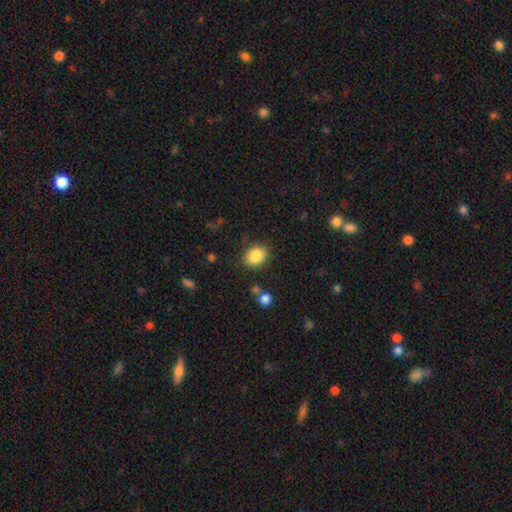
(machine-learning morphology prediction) A smooth galaxy with no disk features (86%) that is in between round and cigar-shaped (55%).

Vote fractions:
- Smooth or featured? smooth: 86% / star or artifact: 9% / featured or disk: 5%
- How rounded? in between: 55% / round: 44% / cigar-shaped: 1%
- Merging? none: 83% / minor disturbance: 11% / major disturbance: 3% / merger: 3%